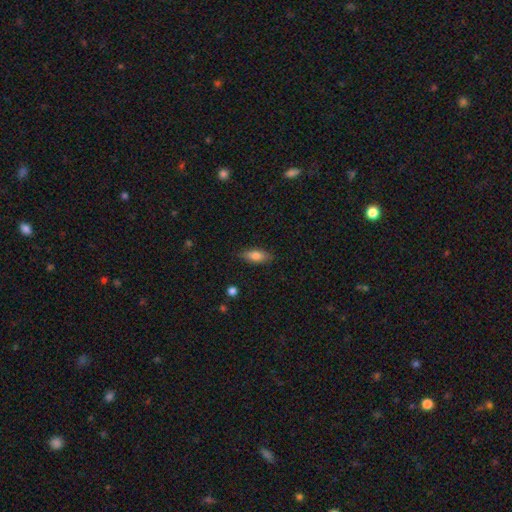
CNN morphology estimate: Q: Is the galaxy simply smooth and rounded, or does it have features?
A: smooth — 78%.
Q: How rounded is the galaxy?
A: in between — 78%.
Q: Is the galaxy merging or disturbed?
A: none — 83%.